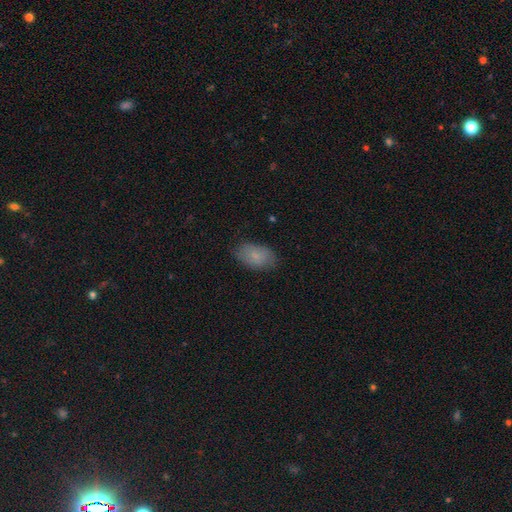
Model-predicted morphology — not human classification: A smooth galaxy with no disk features (81%) that is in between round and cigar-shaped (92%). Merging: none (80%).